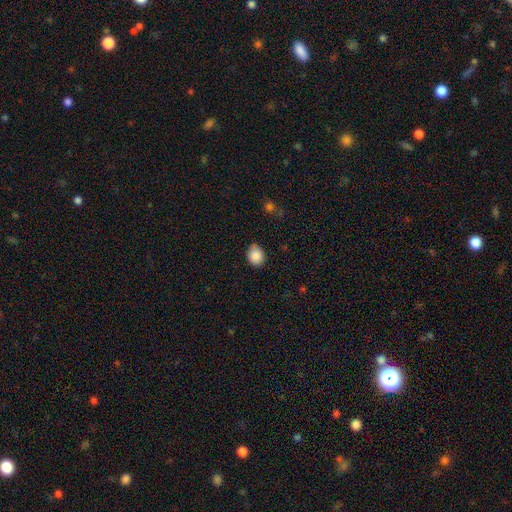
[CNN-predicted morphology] The model was most divided on "how rounded": round: 55%, in between: 44%, cigar-shaped: 1%. More confident: smooth or featured — smooth (88%); merging — none (74%).